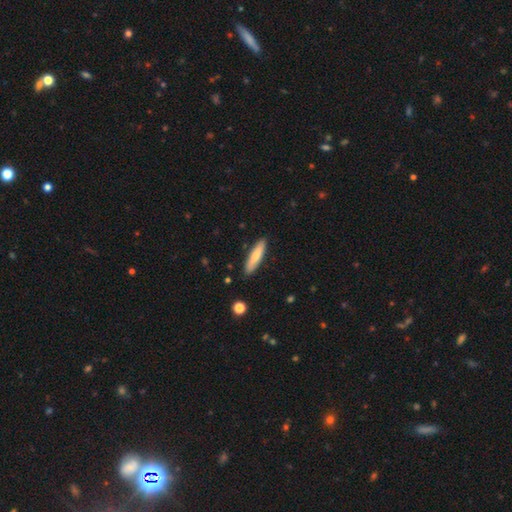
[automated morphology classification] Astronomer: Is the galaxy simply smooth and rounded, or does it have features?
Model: smooth — 72%.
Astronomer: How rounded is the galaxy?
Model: cigar-shaped — 78%.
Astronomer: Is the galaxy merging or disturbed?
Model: none — 88%.